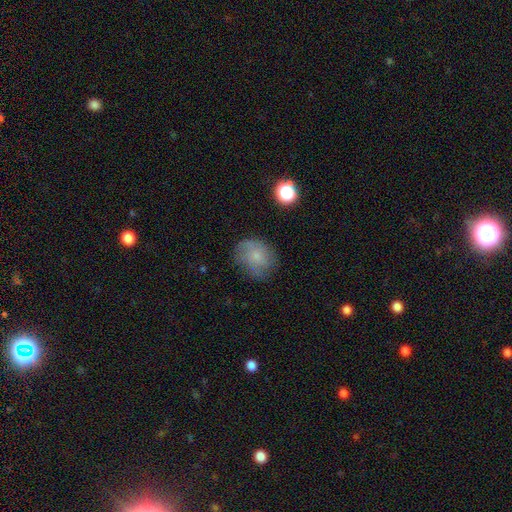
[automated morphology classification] Q: Smooth or featured?
A: smooth (64%); runner-up: featured or disk (25%)
Q: How rounded?
A: round (66%); runner-up: in between (33%)
Q: Merging?
A: none (64%); runner-up: minor disturbance (24%)